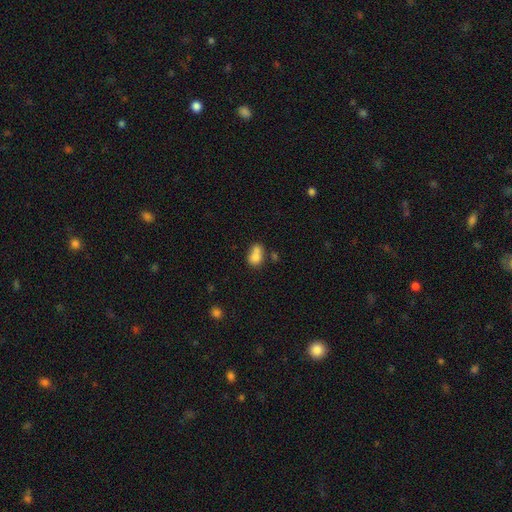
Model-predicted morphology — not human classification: This appears to be a smooth galaxy with no disk features (76%) that is in between round and cigar-shaped (59%). Merging: merger (55%).